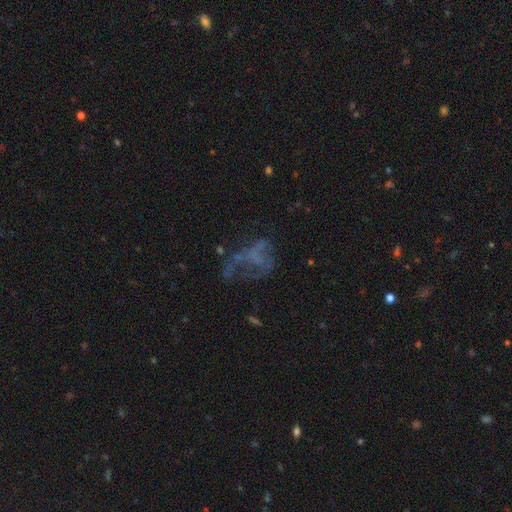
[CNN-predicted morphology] smooth-or-featured: featured or disk: 53% | star or artifact: 24% | smooth: 23%
  disk-edge-on: no: 97% | yes: 3%
    bar: no: 86% | weak: 10% | strong: 3%
    has-spiral-arms: no: 82% | yes: 18%
    bulge-size: none: 81% | small: 11% | moderate: 5% | large: 2% | dominant: 1%
  merging: major disturbance: 47% | none: 32% | minor disturbance: 15% | merger: 7%